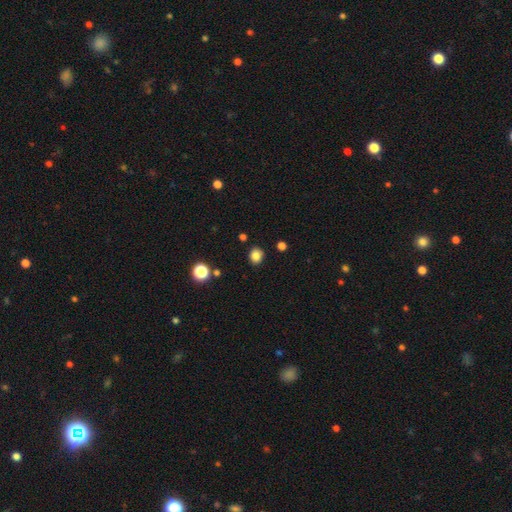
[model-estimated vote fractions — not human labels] A smooth galaxy with no disk features (83%) that is round (66%).

Vote fractions:
- Smooth or featured? smooth: 83% / star or artifact: 12% / featured or disk: 5%
- How rounded? round: 66% / in between: 33% / cigar-shaped: 1%
- Merging? none: 87% / minor disturbance: 9% / merger: 2% / major disturbance: 2%